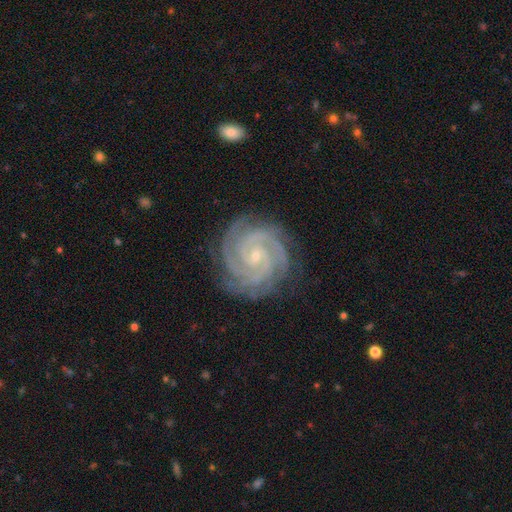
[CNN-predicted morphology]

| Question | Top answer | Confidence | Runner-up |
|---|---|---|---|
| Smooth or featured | featured or disk | 92% | star or artifact (5%) |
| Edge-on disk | no | 98% | yes (2%) |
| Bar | no | 62% | weak (27%) |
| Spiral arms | yes | 99% | no (1%) |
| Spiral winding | tight | 84% | medium (14%) |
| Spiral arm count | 3 | 31% | 4 (27%) |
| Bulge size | small | 85% | moderate (12%) |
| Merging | none | 84% | minor disturbance (12%) |